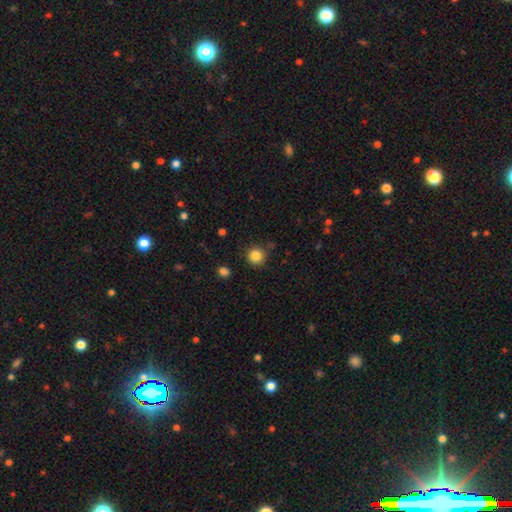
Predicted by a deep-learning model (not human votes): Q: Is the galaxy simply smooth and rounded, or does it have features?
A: smooth — 85%.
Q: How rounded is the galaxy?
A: round — 94%.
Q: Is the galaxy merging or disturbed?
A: none — 86%.